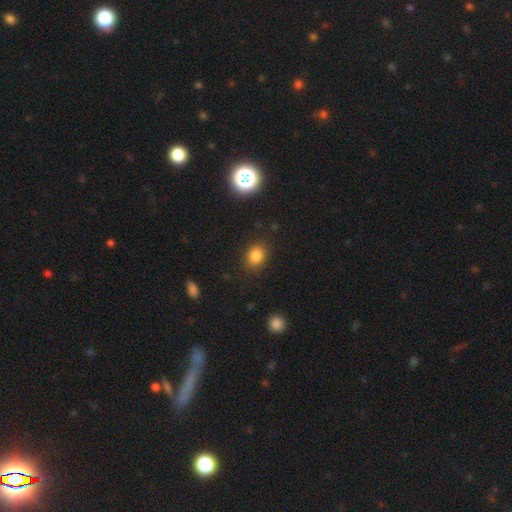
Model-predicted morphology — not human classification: Smooth or featured? Predicted: smooth (p=0.81). How rounded? Predicted: round (p=0.56). Merging? Predicted: none (p=0.85).